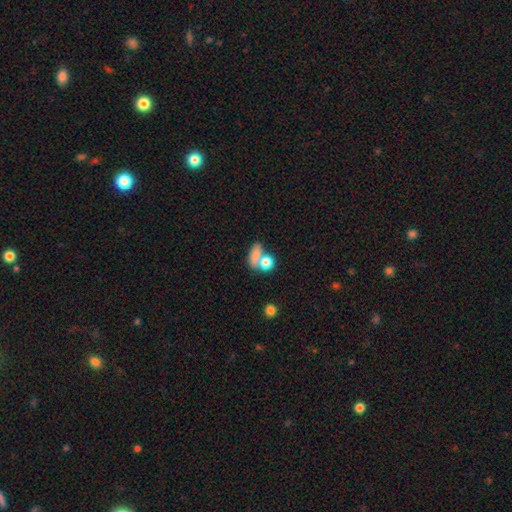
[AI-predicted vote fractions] Overall: smooth (77%). How rounded: in between (56%; round 35%). Merging: merger (43%; none 38%).